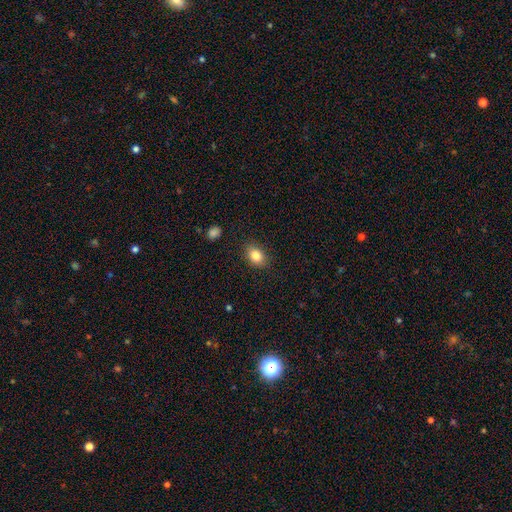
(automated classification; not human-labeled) This appears to be a smooth galaxy with no disk features (83%) that is in between round and cigar-shaped (75%). Merging: none (86%).